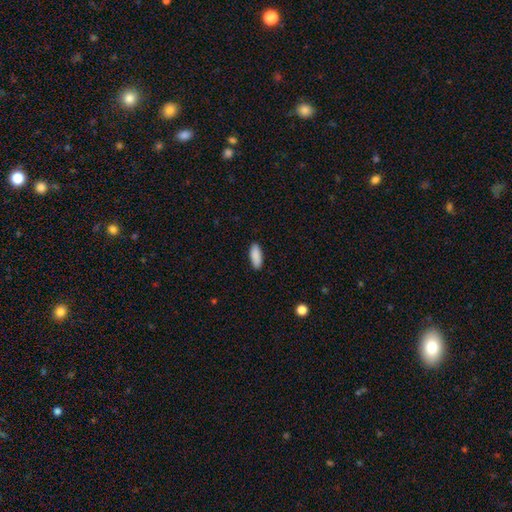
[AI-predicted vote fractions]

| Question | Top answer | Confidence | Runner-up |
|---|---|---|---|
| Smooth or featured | smooth | 90% | star or artifact (6%) |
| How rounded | in between | 80% | cigar-shaped (18%) |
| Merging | none | 89% | minor disturbance (9%) |